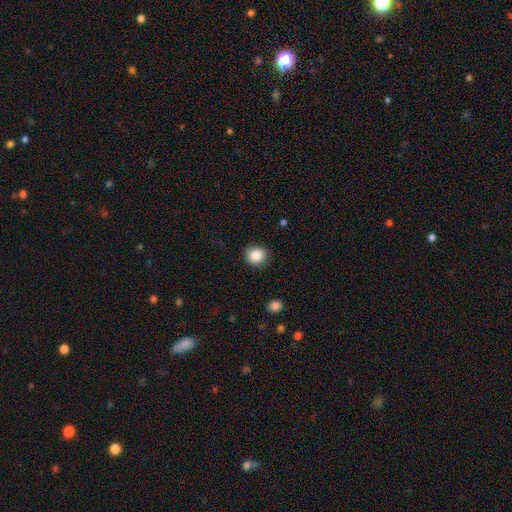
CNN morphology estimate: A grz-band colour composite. It shows a smooth galaxy with no disk features (87%) that is round (86%). Merging: none (86%).